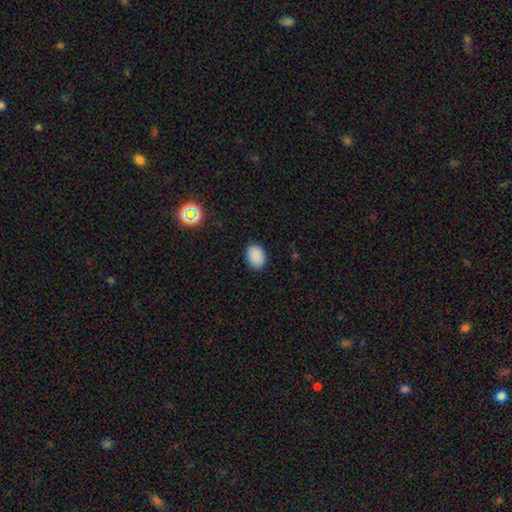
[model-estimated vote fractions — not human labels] This appears to be a smooth galaxy with no disk features (88%) that is in between round and cigar-shaped (76%). Merging: none (87%).